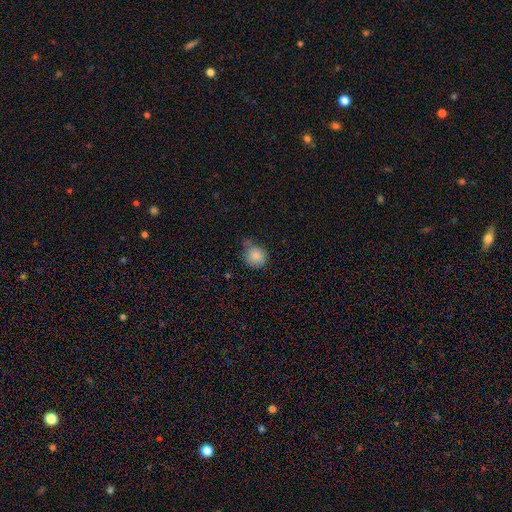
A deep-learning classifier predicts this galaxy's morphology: This appears to be a smooth galaxy with no disk features (85%) that is round (82%). Merging: none (53%).